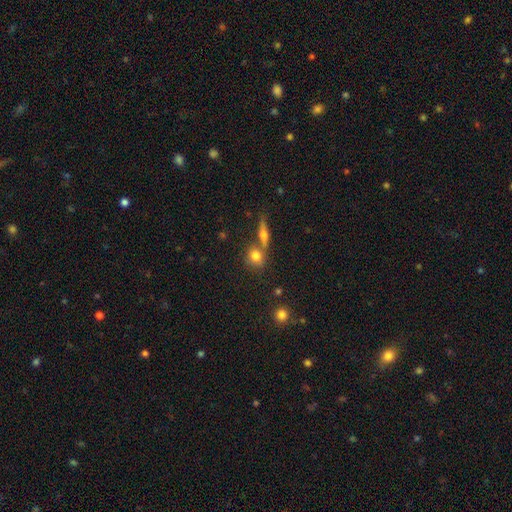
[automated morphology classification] Smooth or featured? Predicted: smooth (p=0.74). How rounded? Predicted: round (p=0.68). Merging? Predicted: none (p=0.54).